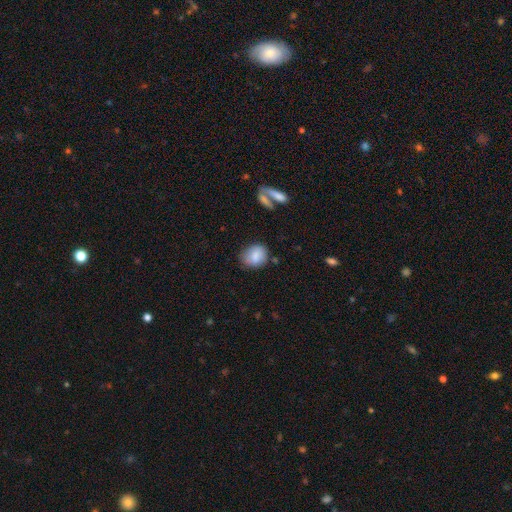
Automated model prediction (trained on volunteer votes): smooth_or_featured: smooth (p=0.83) [alt: featured or disk p=0.10]
how_rounded: round (p=0.50) [alt: in between p=0.48]
merging: none (p=0.70) [alt: minor disturbance p=0.21]